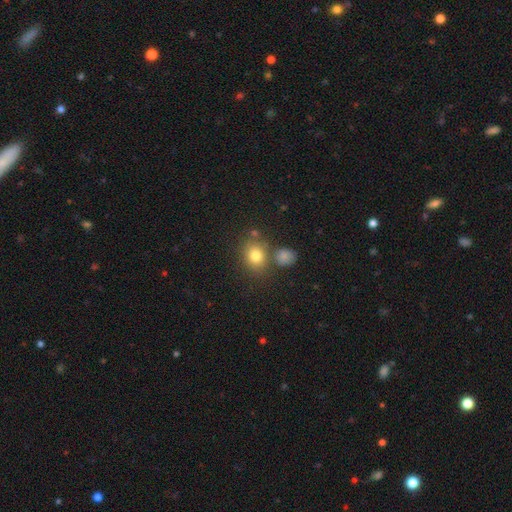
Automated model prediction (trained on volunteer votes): This appears to be a smooth galaxy with no disk features (79%) that is round (57%). Merging: none (68%).